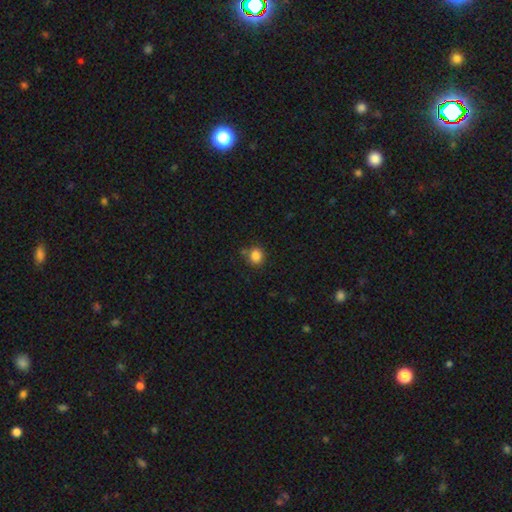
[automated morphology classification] This is clearly a smooth galaxy (85%). How rounded: clearly round (80%). Merging: likely none (75%).